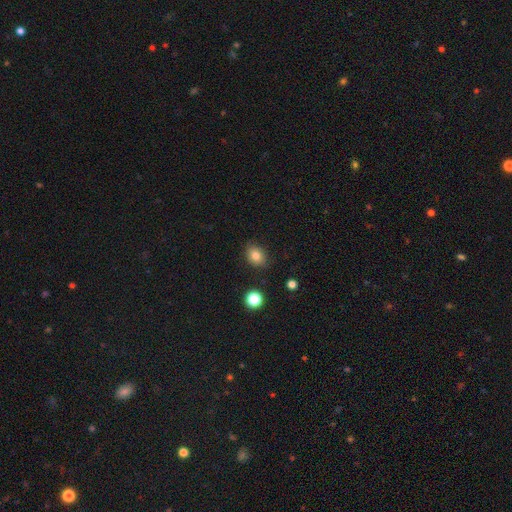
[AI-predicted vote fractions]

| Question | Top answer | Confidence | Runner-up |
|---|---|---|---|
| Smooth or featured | smooth | 81% | star or artifact (11%) |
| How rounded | in between | 53% | round (46%) |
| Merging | none | 83% | minor disturbance (13%) |